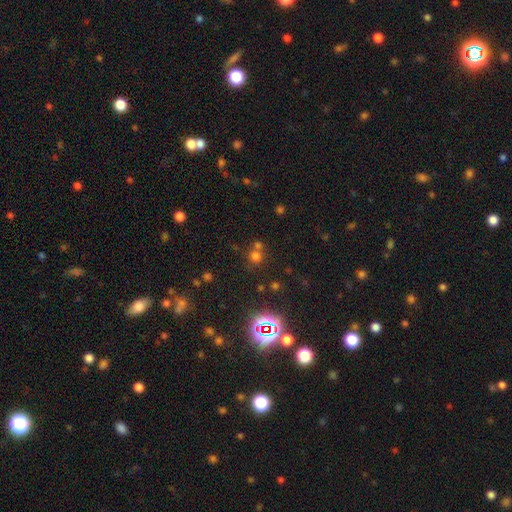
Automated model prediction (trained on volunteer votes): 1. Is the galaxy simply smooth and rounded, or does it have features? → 60% smooth, 31% star or artifact, 9% featured or disk.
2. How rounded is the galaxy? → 89% round, 10% in between, 1% cigar-shaped.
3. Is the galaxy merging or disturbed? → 57% none, 32% merger, 7% minor disturbance, 4% major disturbance.